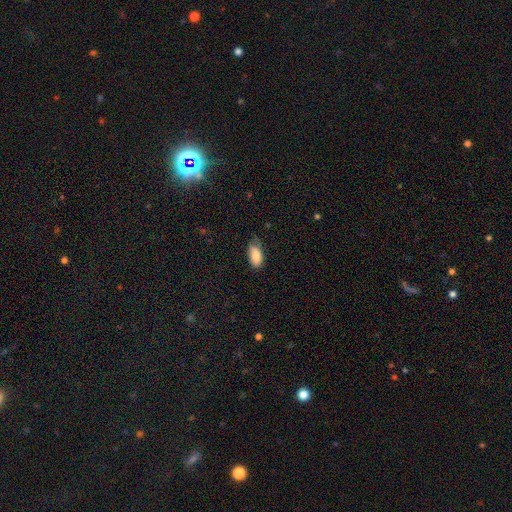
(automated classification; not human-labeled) smooth 84%, featured or disk 9%, star or artifact 7%. Down the decision tree: how rounded — in between (91%); merging — none (55%).